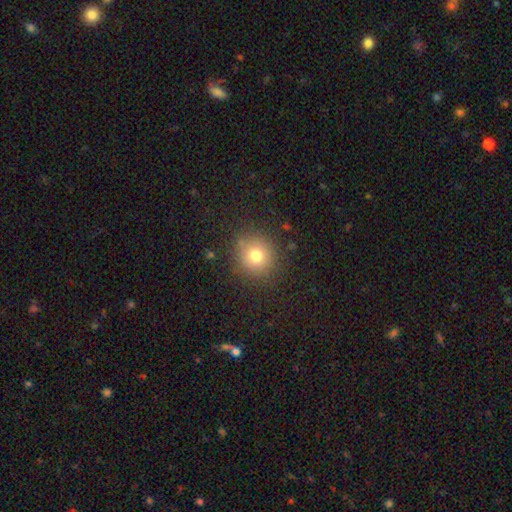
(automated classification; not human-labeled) This appears to be a smooth galaxy with no disk features (75%) that is round (91%). Merging: none (86%).